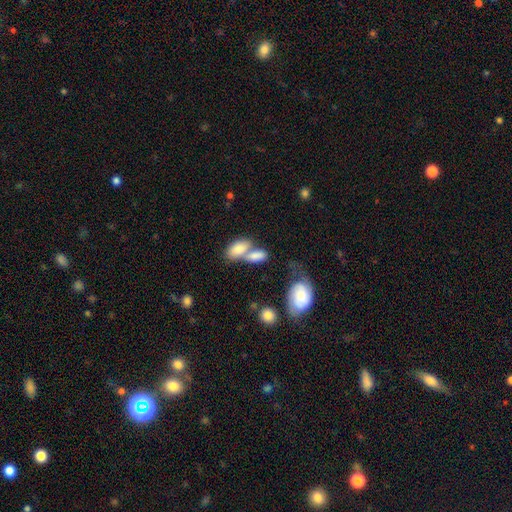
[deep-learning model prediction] Smooth or featured: smooth — 79% (featured or disk — 14%)
How rounded: in between — 89% (cigar-shaped — 6%)
Merging: merger — 64% (none — 21%)